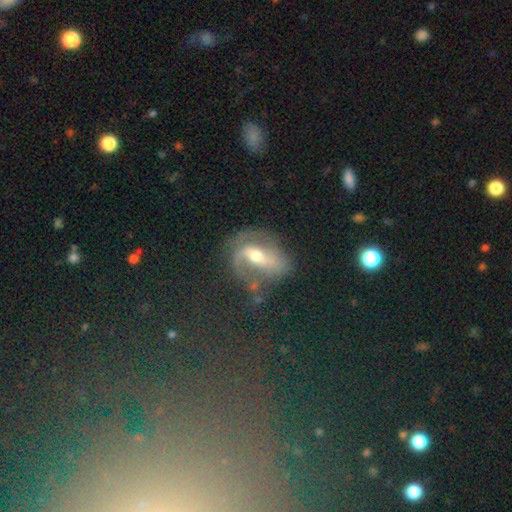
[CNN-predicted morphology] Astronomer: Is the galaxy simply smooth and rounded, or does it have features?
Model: featured or disk — 71%.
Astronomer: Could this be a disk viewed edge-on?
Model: no — 93%.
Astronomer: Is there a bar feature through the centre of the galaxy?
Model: strong — 36%, tied with weak at 36%.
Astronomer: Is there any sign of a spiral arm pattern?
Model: yes — 85%.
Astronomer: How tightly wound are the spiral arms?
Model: medium — 44% (runner-up: loose, 30%).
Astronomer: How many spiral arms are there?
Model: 2 — 73%.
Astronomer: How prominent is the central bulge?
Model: moderate — 64%.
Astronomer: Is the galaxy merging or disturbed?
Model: none — 56%.